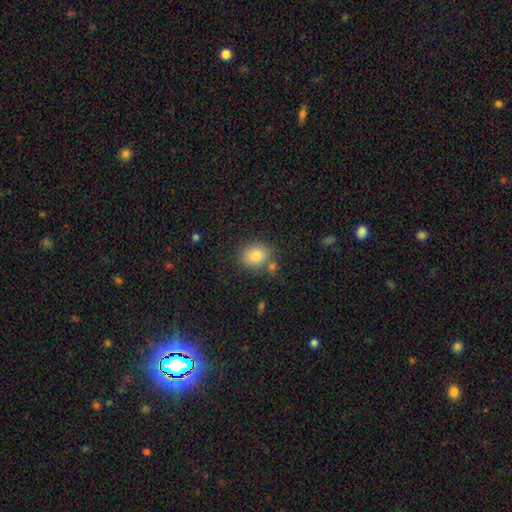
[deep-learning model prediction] smooth 82%, star or artifact 10%, featured or disk 8%. Down the decision tree: how rounded — round (54%); merging — none (71%).